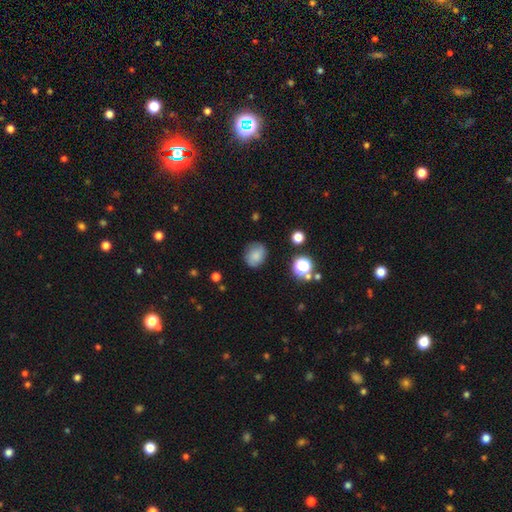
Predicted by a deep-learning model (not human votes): Smooth or featured? Predicted: smooth (p=0.77). How rounded? Predicted: round (p=0.61). Merging? Predicted: none (p=0.76).